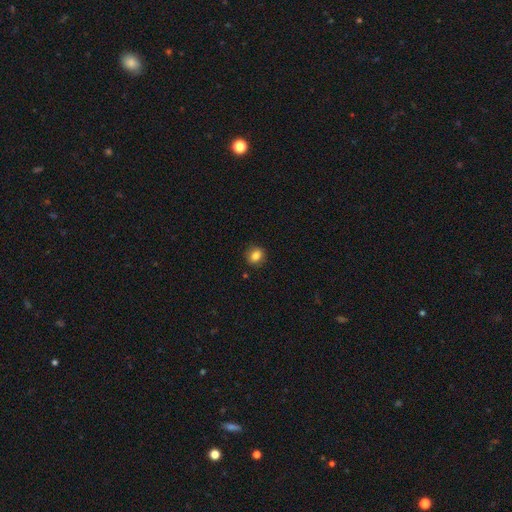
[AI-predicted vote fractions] Smooth or featured? smooth (83%)
How rounded? round (65%)
Merging? none (87%)